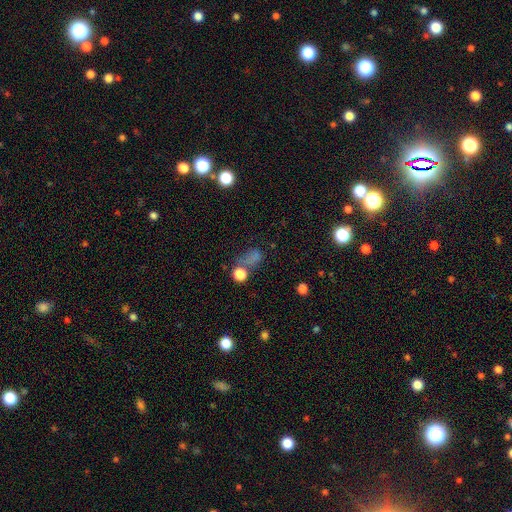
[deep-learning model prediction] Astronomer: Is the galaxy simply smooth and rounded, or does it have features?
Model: smooth — 57%.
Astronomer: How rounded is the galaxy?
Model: in between — 55% (runner-up: round, 40%).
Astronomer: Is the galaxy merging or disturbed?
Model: none — 45%.